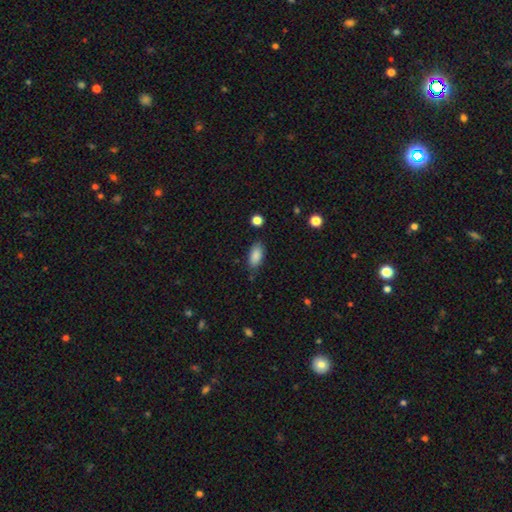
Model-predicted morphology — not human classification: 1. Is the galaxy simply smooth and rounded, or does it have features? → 87% smooth, 7% star or artifact, 5% featured or disk.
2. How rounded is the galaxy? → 90% in between, 7% cigar-shaped, 3% round.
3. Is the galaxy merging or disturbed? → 77% none, 17% minor disturbance, 4% major disturbance, 2% merger.